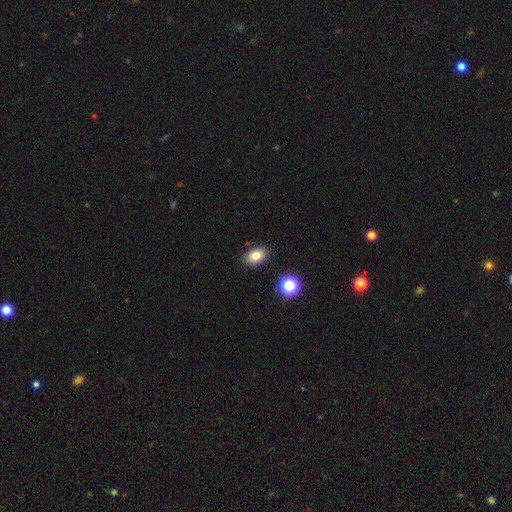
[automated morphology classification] Smooth or featured? smooth (82%)
How rounded? in between (86%)
Merging? none (87%)